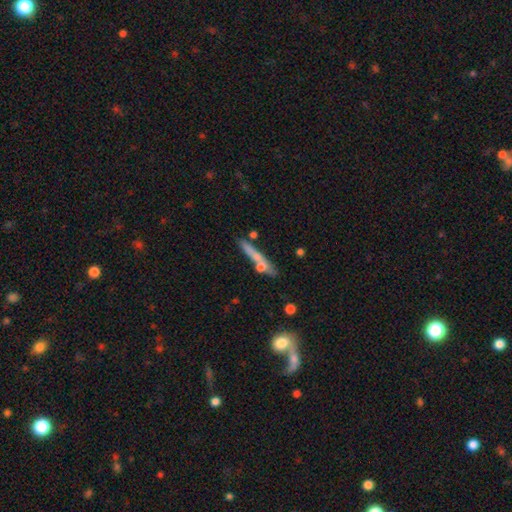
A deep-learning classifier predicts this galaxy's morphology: Smooth or featured? Predicted: smooth (p=0.52). How rounded? Predicted: cigar-shaped (p=0.89). Merging? Predicted: none (p=0.63).